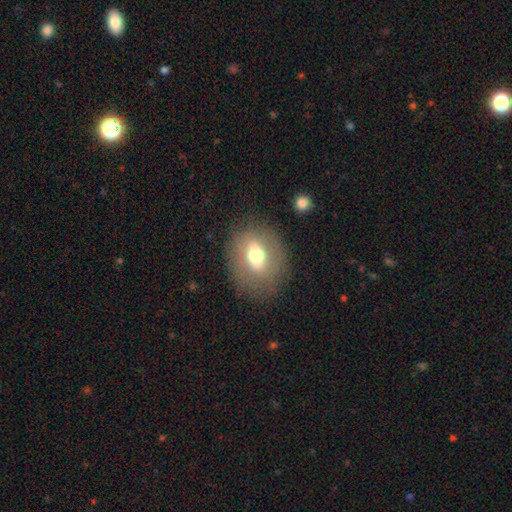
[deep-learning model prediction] Morphology: type=smooth (56%); roundness=in between (52%); merging=none (77%).